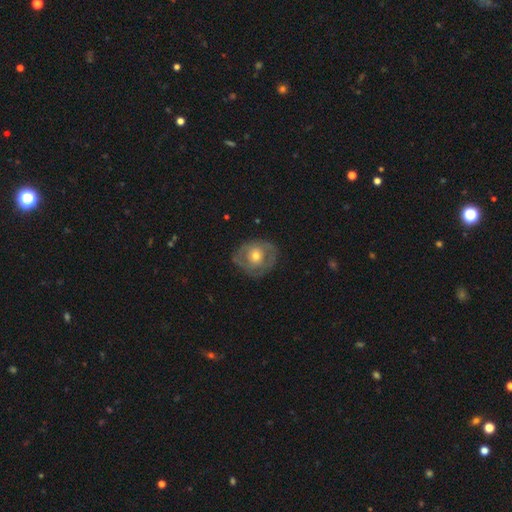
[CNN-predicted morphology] smooth-or-featured: featured or disk: 58% | smooth: 36% | star or artifact: 6%
  disk-edge-on: no: 96% | yes: 4%
    bar: no: 79% | weak: 16% | strong: 4%
    has-spiral-arms: no: 60% | yes: 40%
    bulge-size: moderate: 68% | small: 23% | large: 7% | none: 1% | dominant: 1%
  merging: none: 73% | minor disturbance: 18% | major disturbance: 8% | merger: 1%